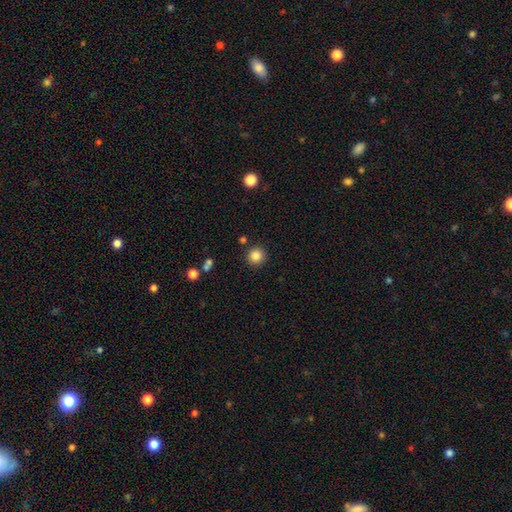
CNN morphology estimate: Smooth or featured?
  - smooth: 84% *
  - star or artifact: 11%
  - featured or disk: 5%
How rounded?
  - round: 94% *
  - in between: 5%
  - cigar-shaped: 1%
Merging?
  - none: 89% *
  - minor disturbance: 6%
  - merger: 3%
  - major disturbance: 2%